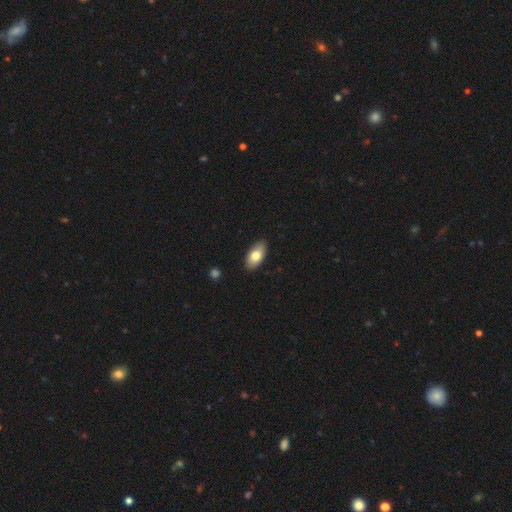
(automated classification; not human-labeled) This appears to be a smooth galaxy with no disk features (77%) that is in between round and cigar-shaped (93%). Merging: none (88%).